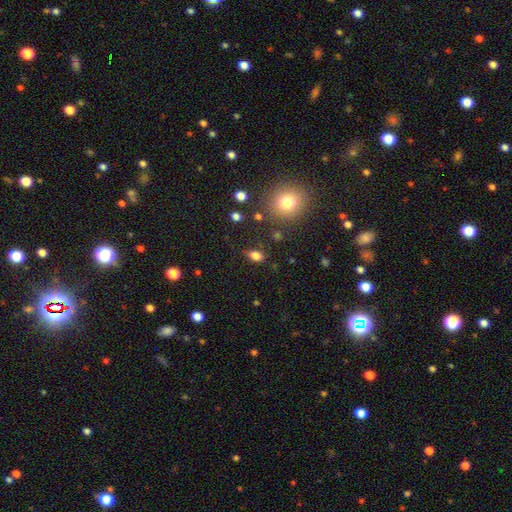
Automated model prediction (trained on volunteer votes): A smooth galaxy with no disk features (78%) that is in between round and cigar-shaped (81%). Merging: none (77%).